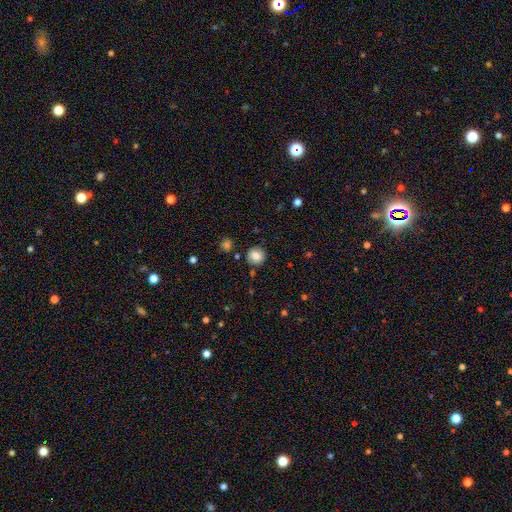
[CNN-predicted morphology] Smooth or featured? Predicted: smooth (p=0.79). How rounded? Predicted: round (p=0.89). Merging? Predicted: none (p=0.86).